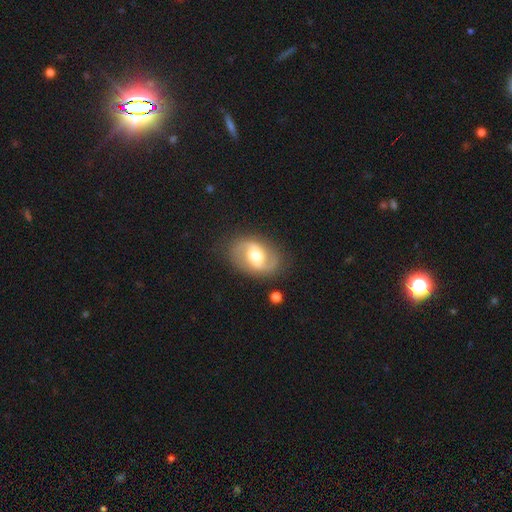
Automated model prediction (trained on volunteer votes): smooth-or-featured: featured or disk: 78% | smooth: 16% | star or artifact: 5%
  disk-edge-on: no: 97% | yes: 3%
    bar: weak: 45% | no: 35% | strong: 20%
    has-spiral-arms: yes: 90% | no: 10%
      spiral-winding: medium: 50% | loose: 32% | tight: 18%
      spiral-arm-count: 2: 91% | can't tell: 4% | 1: 2% | 3: 1% | 4: 1% | more than 4: 1%
    bulge-size: moderate: 62% | large: 23% | small: 11% | dominant: 3% | none: 1%
  merging: none: 80% | minor disturbance: 13% | major disturbance: 5% | merger: 2%